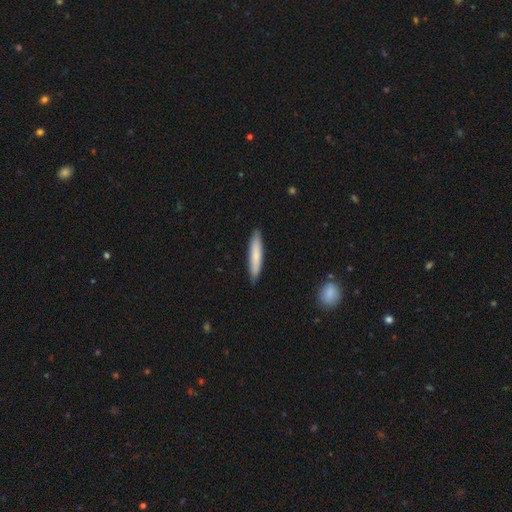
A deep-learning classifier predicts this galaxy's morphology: A smooth galaxy with no disk features (75%) that is cigar-shaped (91%).

Vote fractions:
- Smooth or featured? smooth: 75% / featured or disk: 20% / star or artifact: 5%
- How rounded? cigar-shaped: 91% / in between: 8% / round: 1%
- Merging? none: 89% / minor disturbance: 9% / major disturbance: 1% / merger: 1%